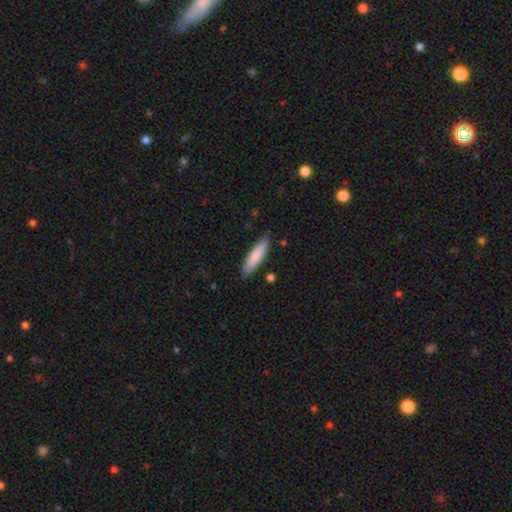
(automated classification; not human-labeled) Overall: smooth (83%). How rounded: cigar-shaped (74%). Merging: none (86%).